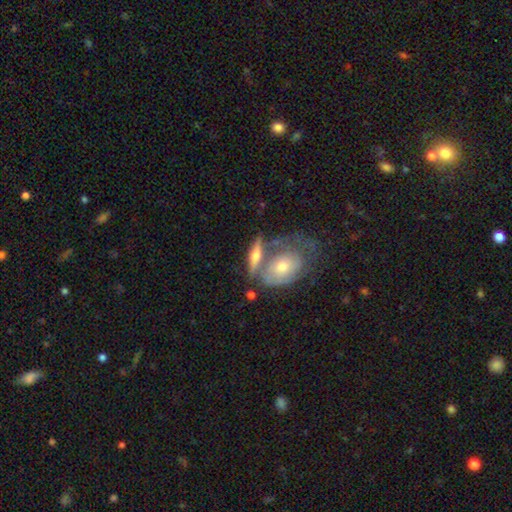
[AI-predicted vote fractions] Smooth or featured? Predicted: featured or disk (p=0.57). Edge-on disk? Predicted: yes (p=0.71). Merging? Predicted: none (p=0.44).